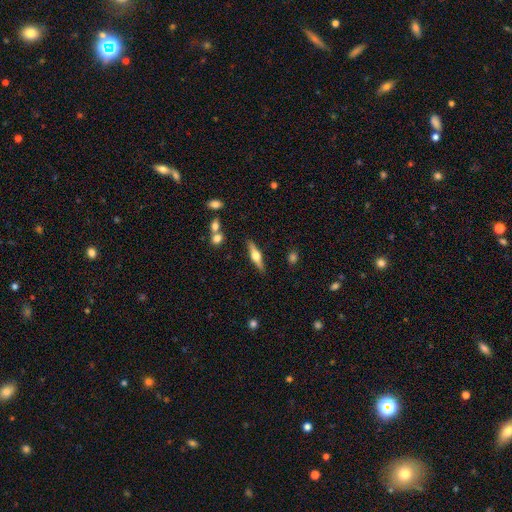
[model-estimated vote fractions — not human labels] The model was most divided on "smooth or featured": featured or disk: 64%, smooth: 30%, star or artifact: 6%. More confident: edge-on disk — yes (96%); edge-on bulge — rounded (94%); merging — none (86%).